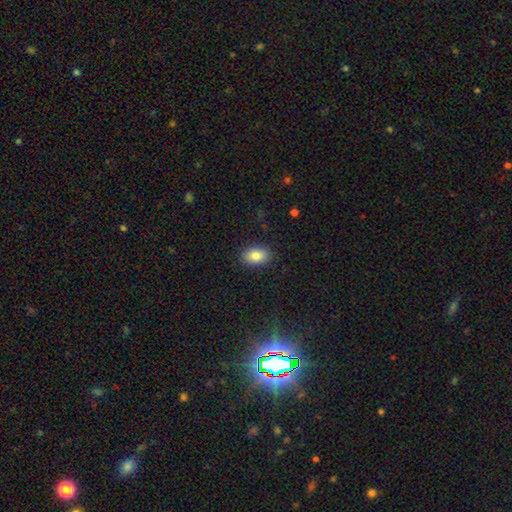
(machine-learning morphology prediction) A smooth galaxy with no disk features (84%) that is in between round and cigar-shaped (86%). Merging: none (88%).